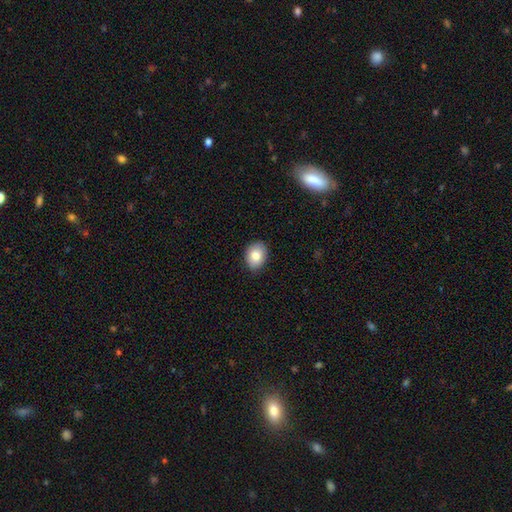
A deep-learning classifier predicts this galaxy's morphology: Smooth or featured? Predicted: smooth (p=0.82). How rounded? Predicted: in between (p=0.67). Merging? Predicted: none (p=0.86).